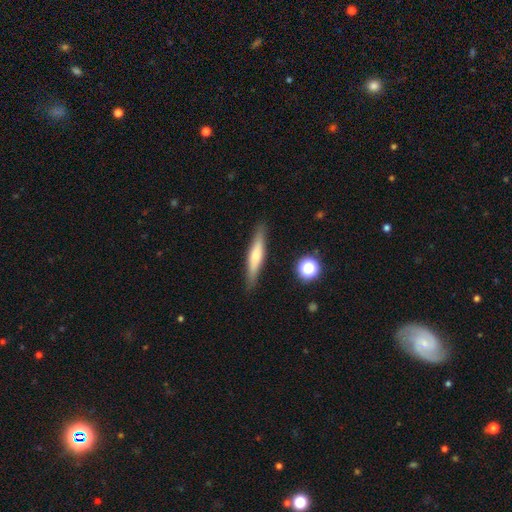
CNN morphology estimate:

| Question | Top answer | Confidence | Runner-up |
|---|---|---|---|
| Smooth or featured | smooth | 55% | featured or disk (38%) |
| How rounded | cigar-shaped | 87% | in between (11%) |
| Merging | none | 87% | minor disturbance (9%) |